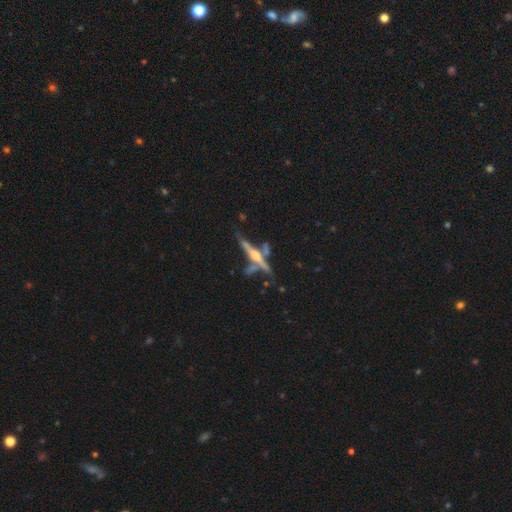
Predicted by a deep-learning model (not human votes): This is likely a featured or disk galaxy (79%). It is clearly viewed edge-on (97%). Edge-on bulge: clearly rounded (89%). Merging: possibly none (60%).